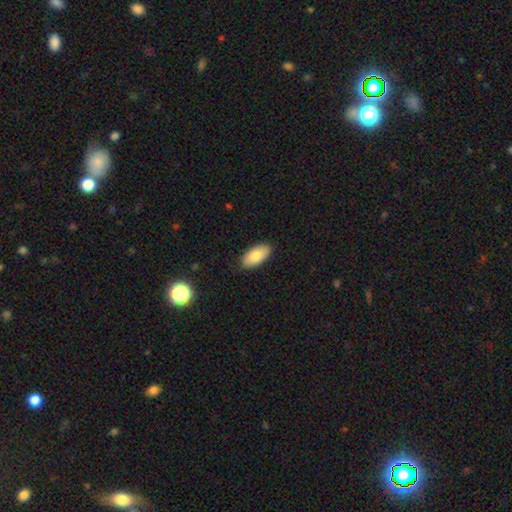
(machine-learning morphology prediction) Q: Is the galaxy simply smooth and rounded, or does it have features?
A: smooth — 79%.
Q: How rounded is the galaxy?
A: in between — 94%.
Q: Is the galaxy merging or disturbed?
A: none — 87%.